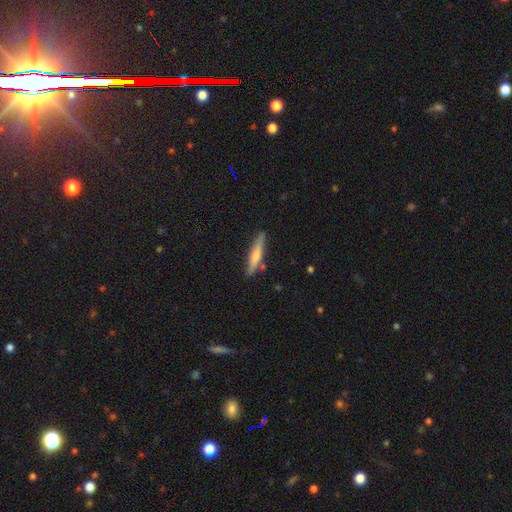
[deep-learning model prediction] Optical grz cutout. It shows a smooth galaxy with no disk features (52%) that is cigar-shaped (89%). Merging: none (85%).